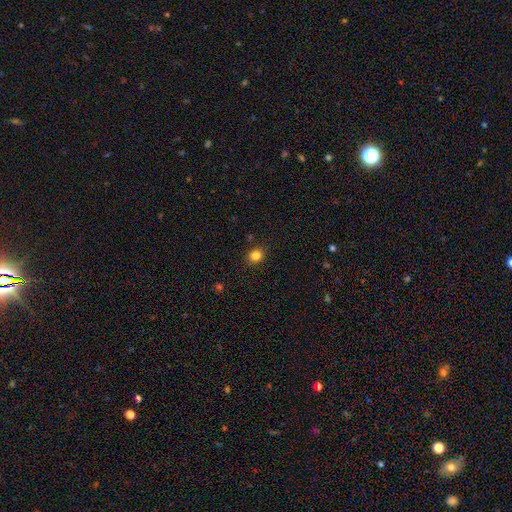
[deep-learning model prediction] Overall: smooth (83%). How rounded: round (74%). Merging: none (88%).